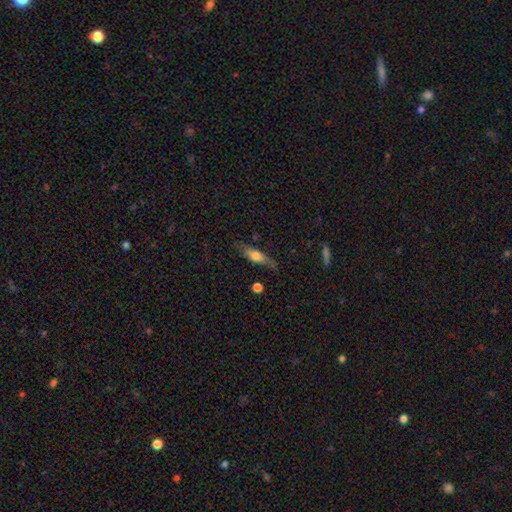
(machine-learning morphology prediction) Smooth or featured? Predicted: smooth (p=0.54). How rounded? Predicted: cigar-shaped (p=0.55). Merging? Predicted: none (p=0.71).